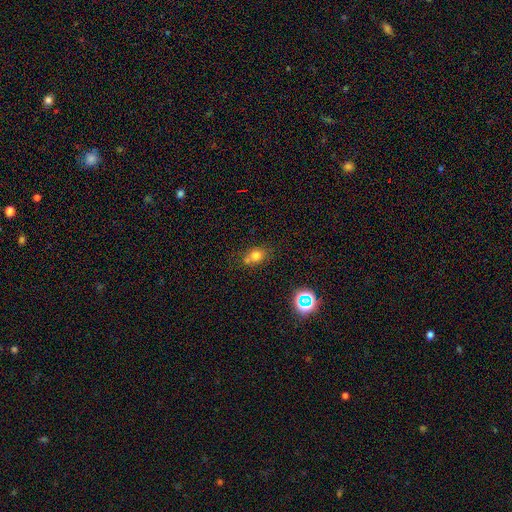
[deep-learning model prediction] A smooth galaxy with no disk features (72%) that is round (53%).

Vote fractions:
- Smooth or featured? smooth: 72% / star or artifact: 16% / featured or disk: 12%
- How rounded? round: 53% / in between: 45% / cigar-shaped: 1%
- Merging? none: 54% / merger: 25% / minor disturbance: 16% / major disturbance: 5%